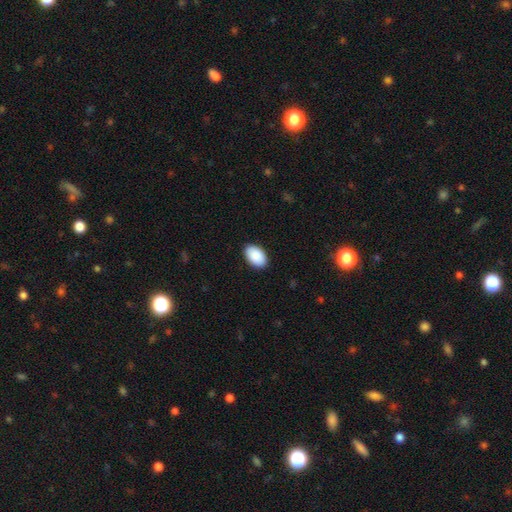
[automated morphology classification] type=smooth (91%); roundness=in between (94%); merging=none (89%).